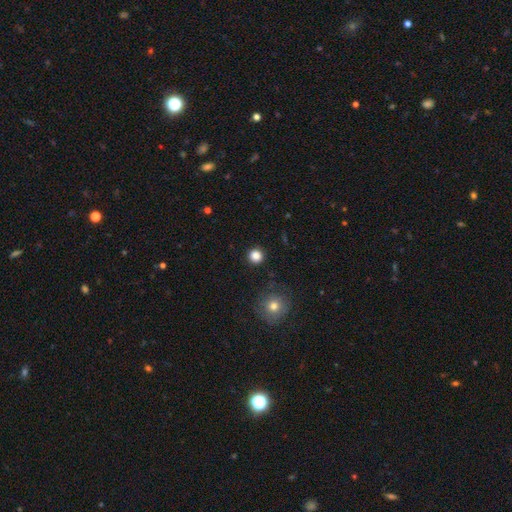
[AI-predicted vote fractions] This appears to be a smooth galaxy with no disk features (83%) that is round (95%). Merging: none (91%).